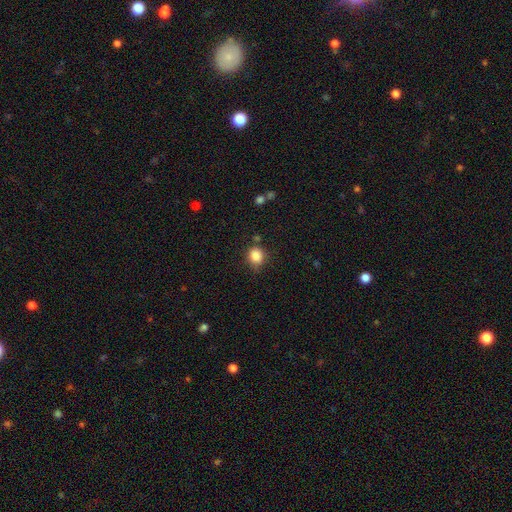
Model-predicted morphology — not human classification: This is clearly a smooth galaxy (86%). How rounded: likely round (77%). Merging: likely none (71%).